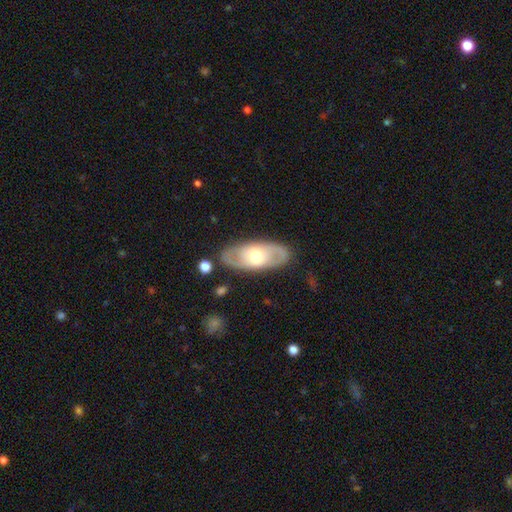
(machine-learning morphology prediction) The model was most divided on "smooth or featured": featured or disk: 57%, smooth: 38%, star or artifact: 5%. More confident: edge-on disk — no (84%); merging — none (84%).